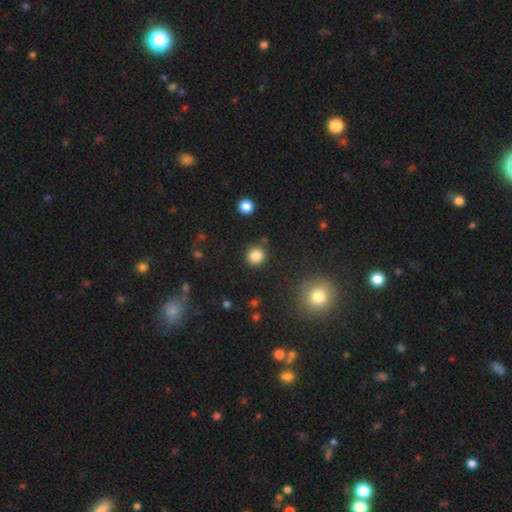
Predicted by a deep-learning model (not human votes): smooth_or_featured: smooth (p=0.84) [alt: star or artifact p=0.12]
how_rounded: round (p=0.93) [alt: in between p=0.06]
merging: none (p=0.89) [alt: minor disturbance p=0.06]